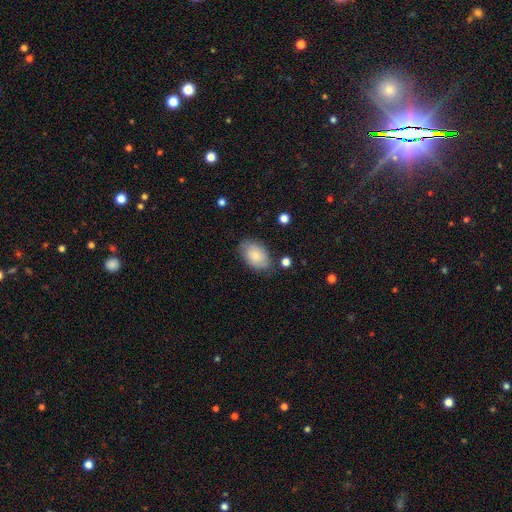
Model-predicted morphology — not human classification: type=smooth (76%); roundness=in between (88%); merging=none (73%).